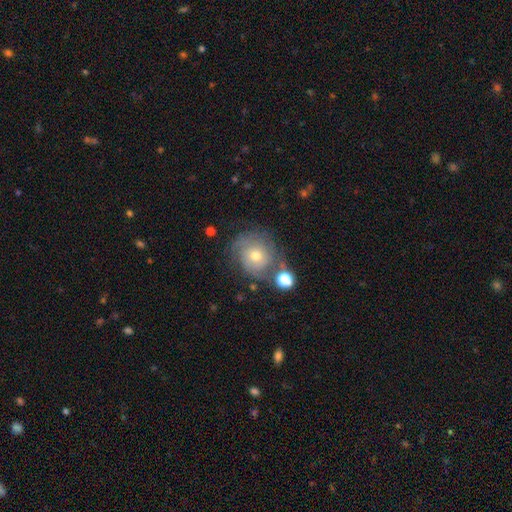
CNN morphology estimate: A featured or disk galaxy (56%) with no bar (82%), spiral arms (80%) and a moderate central bulge (62%). Merging: none (57%).